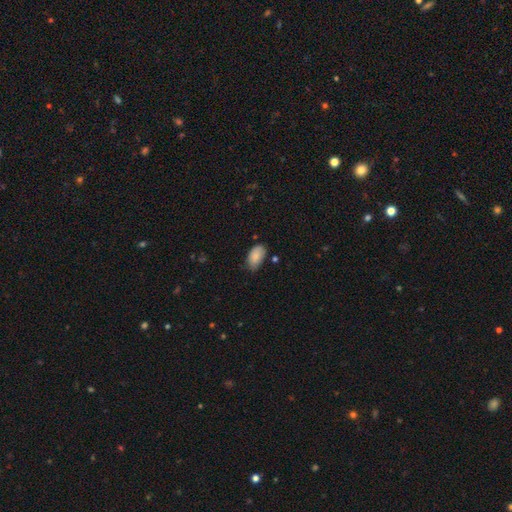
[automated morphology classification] type=smooth (86%); roundness=in between (94%); merging=none (67%).